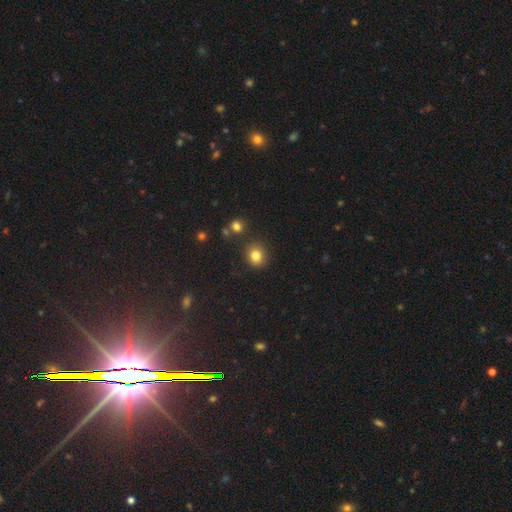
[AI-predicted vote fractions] Q: Smooth or featured?
A: smooth (82%); runner-up: star or artifact (12%)
Q: How rounded?
A: round (77%); runner-up: in between (22%)
Q: Merging?
A: none (84%); runner-up: minor disturbance (9%)